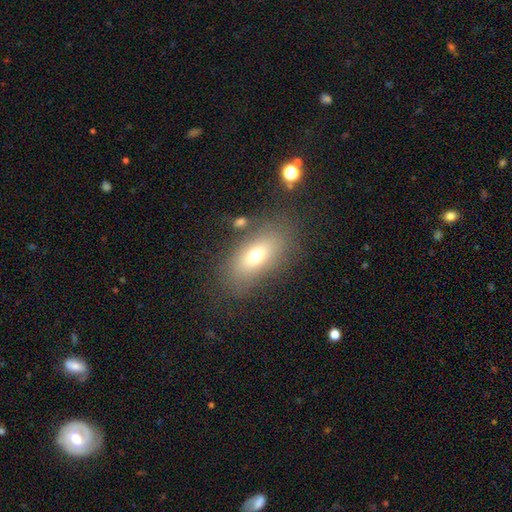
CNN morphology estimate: Overall: smooth (67%). How rounded: in between (83%). Merging: none (76%).